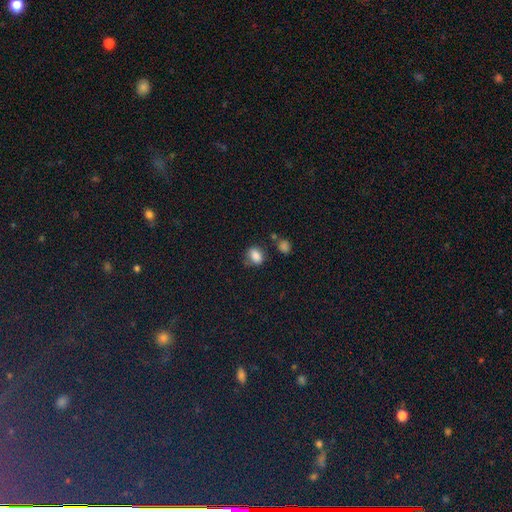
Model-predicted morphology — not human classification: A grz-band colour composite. It shows a smooth galaxy with no disk features (84%) that is in between round and cigar-shaped (67%). Merging: none (66%).